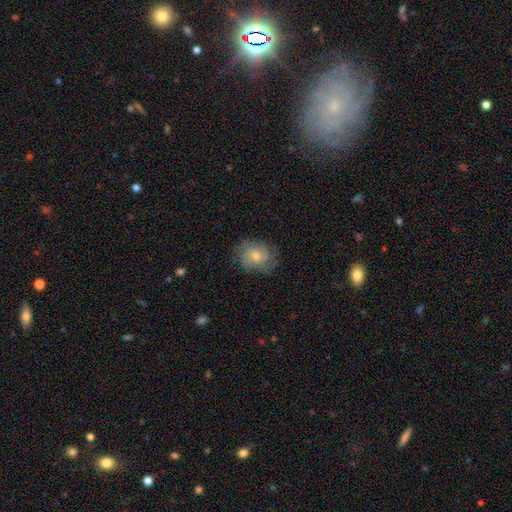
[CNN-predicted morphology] smooth-or-featured: featured or disk: 61% | smooth: 28% | star or artifact: 11%
  disk-edge-on: no: 97% | yes: 3%
    bar: no: 73% | weak: 24% | strong: 4%
    has-spiral-arms: yes: 88% | no: 12%
      spiral-winding: tight: 55% | medium: 34% | loose: 11%
      spiral-arm-count: can't tell: 39% | 3: 21% | 2: 18% | 4: 11% | more than 4: 5% | 1: 5%
    bulge-size: moderate: 56% | small: 37% | large: 4% | none: 2% | dominant: 1%
  merging: none: 77% | minor disturbance: 16% | major disturbance: 6% | merger: 1%